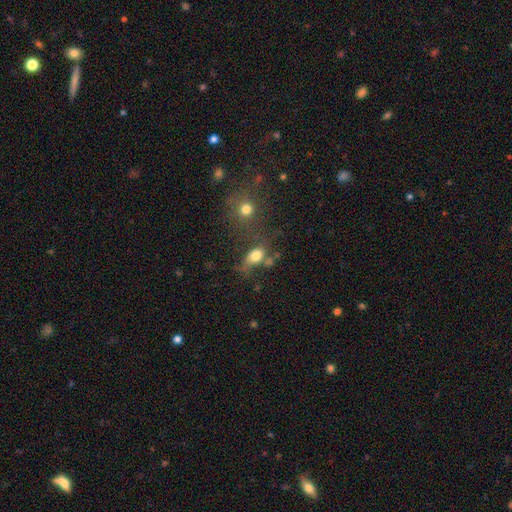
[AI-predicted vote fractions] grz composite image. It shows a smooth galaxy with no disk features (76%) that is in between round and cigar-shaped (75%). Merging: none (42%).